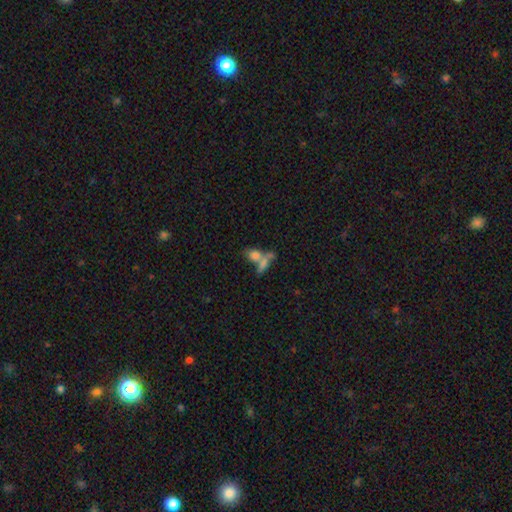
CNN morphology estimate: Q: Smooth or featured?
A: smooth (70%); runner-up: featured or disk (18%)
Q: How rounded?
A: in between (66%); runner-up: round (23%)
Q: Merging?
A: merger (56%); runner-up: none (28%)